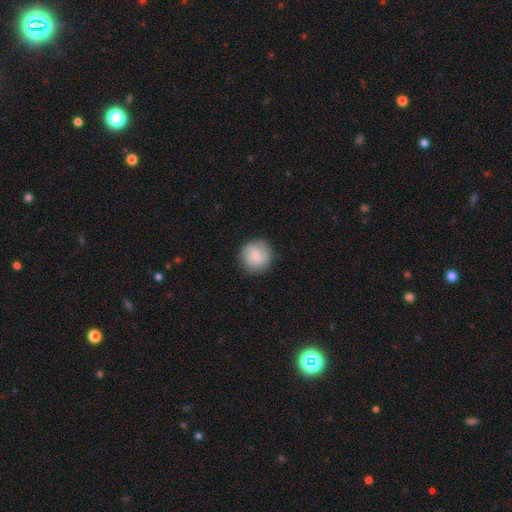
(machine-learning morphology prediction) Smooth or featured: smooth — 75% (featured or disk — 18%)
How rounded: round — 94% (in between — 5%)
Merging: none — 87% (minor disturbance — 9%)